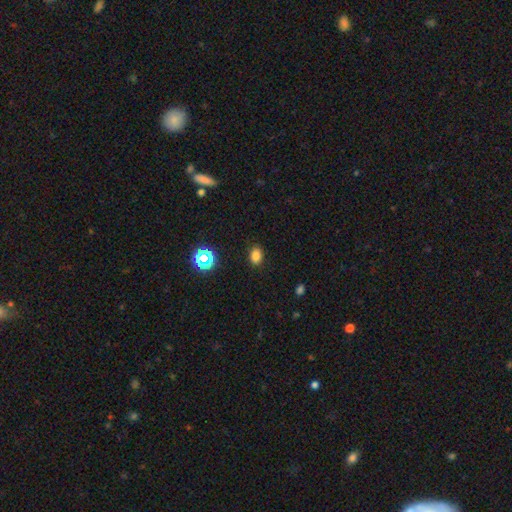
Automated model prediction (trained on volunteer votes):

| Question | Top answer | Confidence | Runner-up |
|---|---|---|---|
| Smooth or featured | smooth | 79% | star or artifact (16%) |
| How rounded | in between | 72% | round (26%) |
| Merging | none | 87% | minor disturbance (10%) |